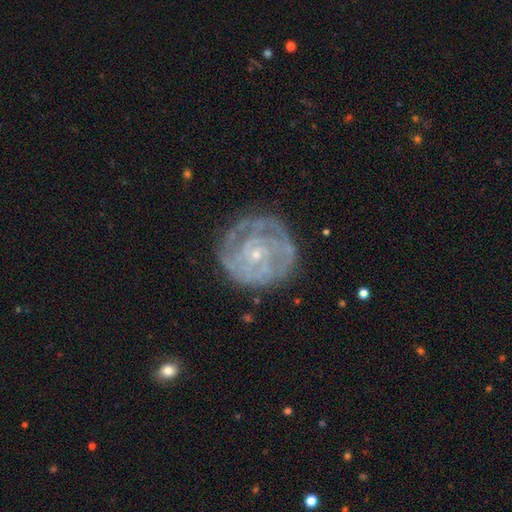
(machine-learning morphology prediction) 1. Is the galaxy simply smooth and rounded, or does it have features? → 83% featured or disk, 11% smooth, 6% star or artifact.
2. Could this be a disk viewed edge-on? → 98% no, 2% yes.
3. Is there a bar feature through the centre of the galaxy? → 73% no, 21% weak, 6% strong.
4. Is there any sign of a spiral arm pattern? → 91% yes, 9% no.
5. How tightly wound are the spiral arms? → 77% tight, 18% medium, 4% loose.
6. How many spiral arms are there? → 35% can't tell, 21% 2, 20% 3, 11% 4, 6% 1, 6% more than 4.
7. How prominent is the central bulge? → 84% small, 11% moderate, 2% none, 1% large, 1% dominant.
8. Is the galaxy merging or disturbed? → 76% none, 16% minor disturbance, 6% major disturbance, 1% merger.